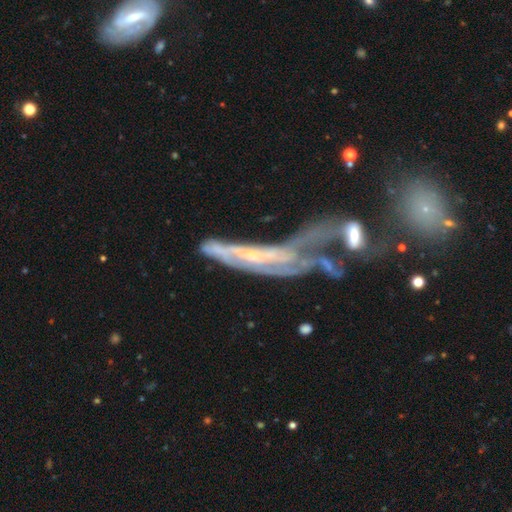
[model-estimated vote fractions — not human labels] smooth-or-featured: featured or disk: 72% | smooth: 17% | star or artifact: 11%
  disk-edge-on: no: 62% | yes: 38%
  merging: merger: 40% | major disturbance: 34% | none: 14% | minor disturbance: 12%